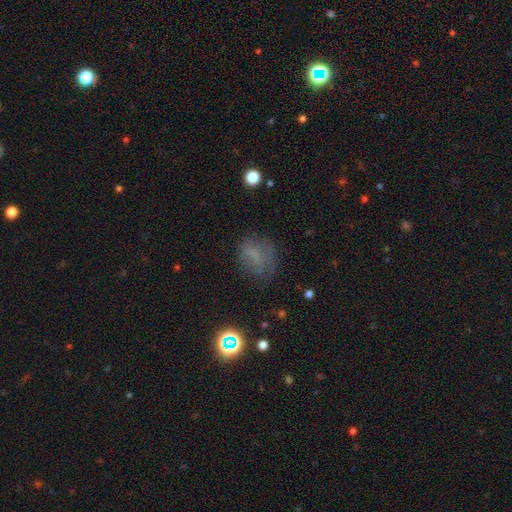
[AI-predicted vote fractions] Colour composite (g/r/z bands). It shows a smooth galaxy with no disk features (54%) that is in between round and cigar-shaped (54%). Merging: none (58%).